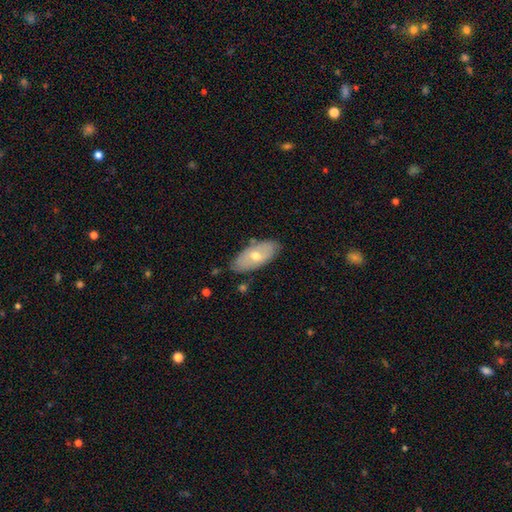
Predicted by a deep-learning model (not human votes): This appears to be a smooth galaxy with no disk features (53%) that is in between round and cigar-shaped (90%). Merging: none (79%).